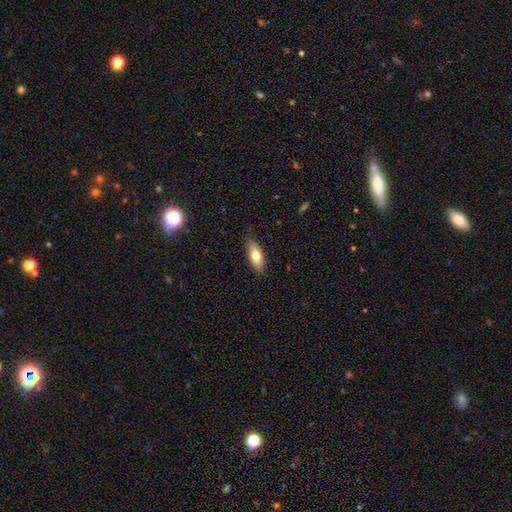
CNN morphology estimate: Smooth or featured? smooth (73%)
How rounded? in between (75%)
Merging? none (86%)